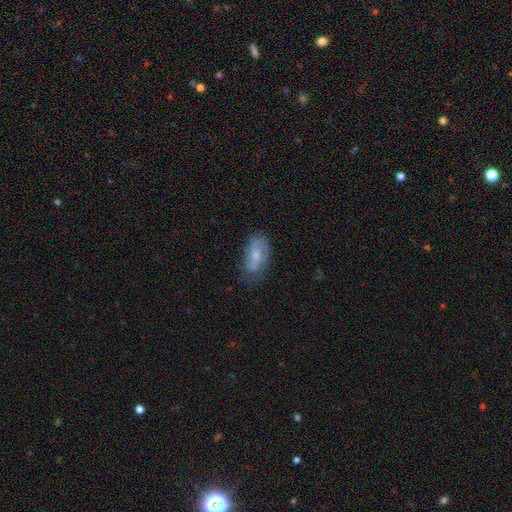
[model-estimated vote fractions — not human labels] The model was most divided on "smooth or featured": smooth: 50%, featured or disk: 43%, star or artifact: 8%. More confident: merging — none (66%).